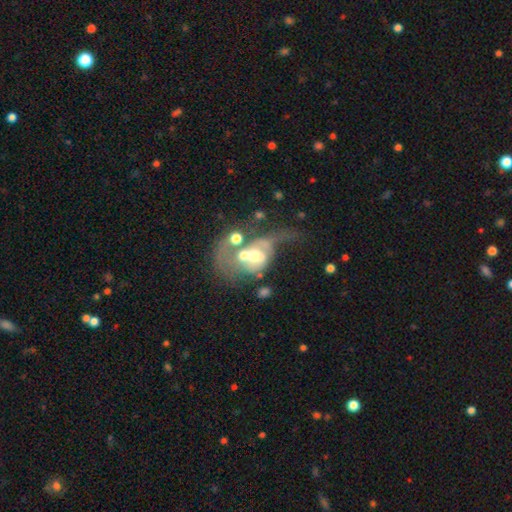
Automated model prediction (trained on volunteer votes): A featured or disk galaxy (57%) with no bar (73%), no spiral arms (61%) and a moderate central bulge (55%). Merging: merger (52%).